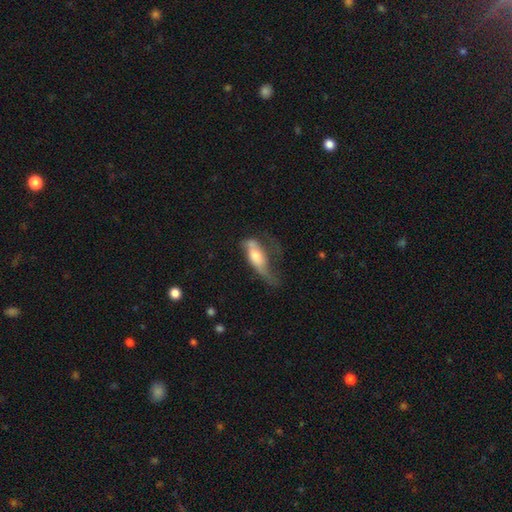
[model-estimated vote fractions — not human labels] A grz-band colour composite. It shows a smooth galaxy with no disk features (51%) that is in between round and cigar-shaped (66%). Merging: major disturbance (47%).